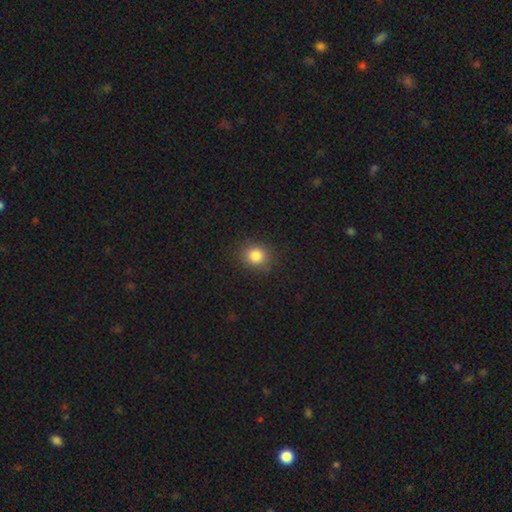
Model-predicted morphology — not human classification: The model was most divided on "how rounded": round: 81%, in between: 18%, cigar-shaped: 1%. More confident: merging — none (87%); smooth or featured — smooth (84%).